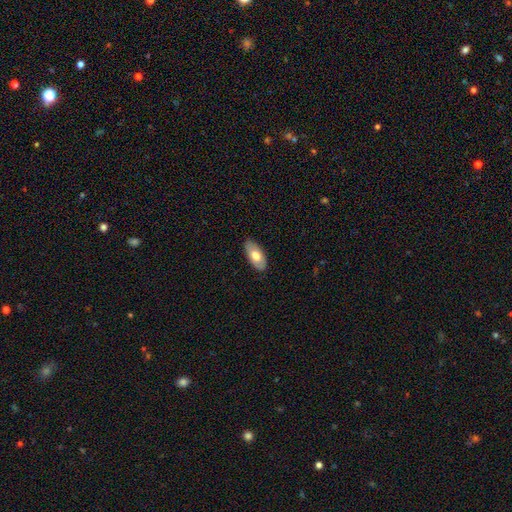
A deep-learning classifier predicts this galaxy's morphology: smooth_or_featured: smooth (p=0.67) [alt: featured or disk p=0.27]
how_rounded: in between (p=0.93) [alt: cigar-shaped p=0.05]
merging: none (p=0.86) [alt: minor disturbance p=0.11]